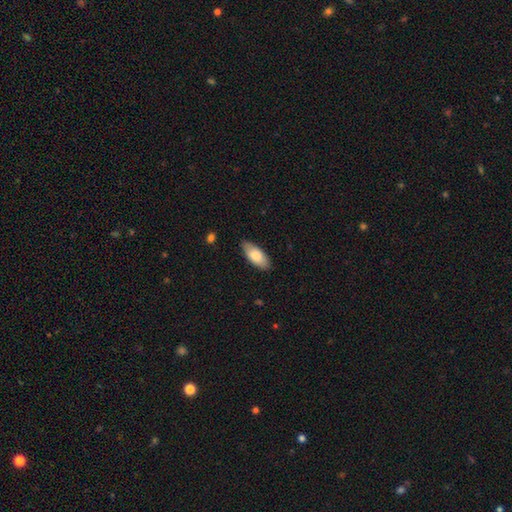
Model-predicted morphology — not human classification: Smooth or featured? Predicted: smooth (p=0.82). How rounded? Predicted: in between (p=0.88). Merging? Predicted: none (p=0.83).